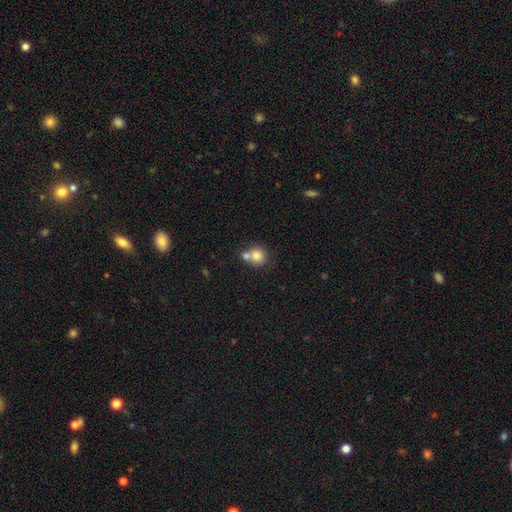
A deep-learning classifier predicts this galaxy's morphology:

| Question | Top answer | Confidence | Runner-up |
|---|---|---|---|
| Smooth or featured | smooth | 79% | featured or disk (11%) |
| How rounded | round | 86% | in between (13%) |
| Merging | none | 45% | merger (43%) |